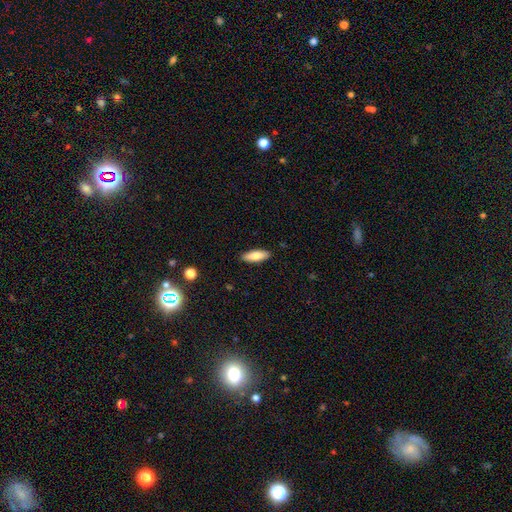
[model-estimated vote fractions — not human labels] Q: Smooth or featured?
A: smooth (81%); runner-up: featured or disk (12%)
Q: How rounded?
A: in between (64%); runner-up: cigar-shaped (35%)
Q: Merging?
A: none (89%); runner-up: minor disturbance (9%)